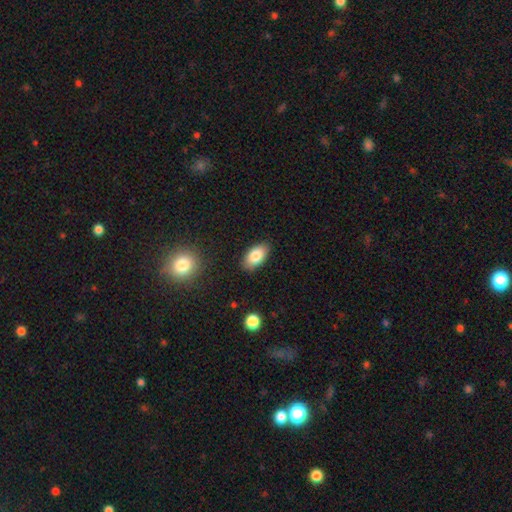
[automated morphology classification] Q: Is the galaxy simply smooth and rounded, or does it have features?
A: smooth — 83%.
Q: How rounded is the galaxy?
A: in between — 93%.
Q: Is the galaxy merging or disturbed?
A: none — 86%.